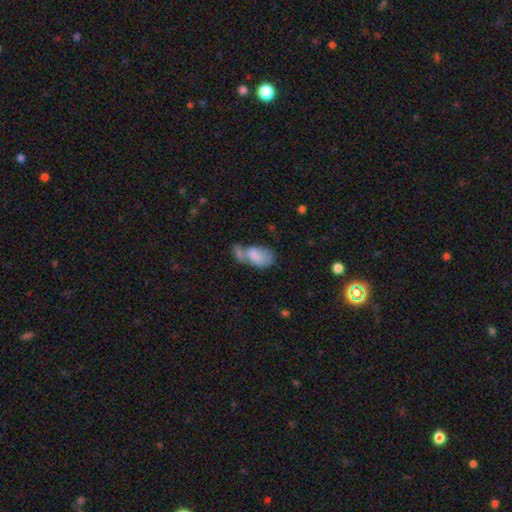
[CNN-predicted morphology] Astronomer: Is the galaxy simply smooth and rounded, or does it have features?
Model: smooth — 78%.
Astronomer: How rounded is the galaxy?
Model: in between — 90%.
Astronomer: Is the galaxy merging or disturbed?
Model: merger — 51%.